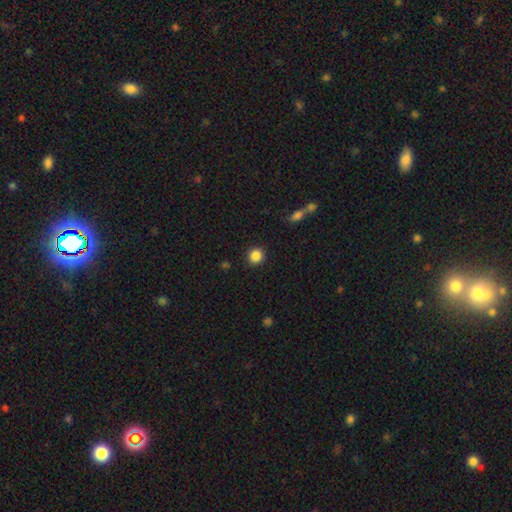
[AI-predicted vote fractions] A smooth galaxy with no disk features (87%) that is round (90%). Merging: none (90%).